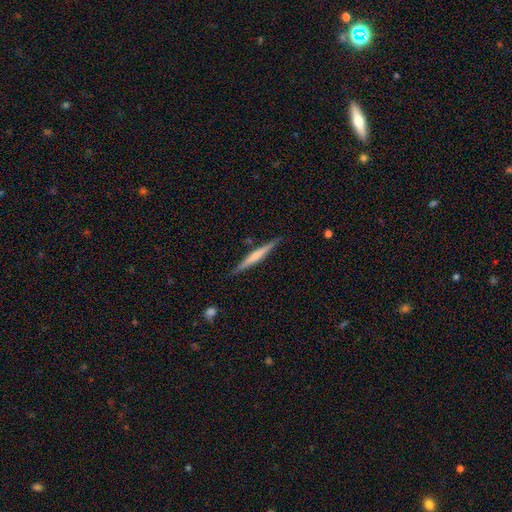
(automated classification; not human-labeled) Smooth or featured?
  - featured or disk: 52% *
  - smooth: 42%
  - star or artifact: 6%
Edge-on disk?
  - yes: 97% *
  - no: 3%
Edge-on bulge?
  - none: 46% *
  - rounded: 38%
  - boxy: 16%
Merging?
  - none: 87% *
  - minor disturbance: 9%
  - merger: 2%
  - major disturbance: 2%